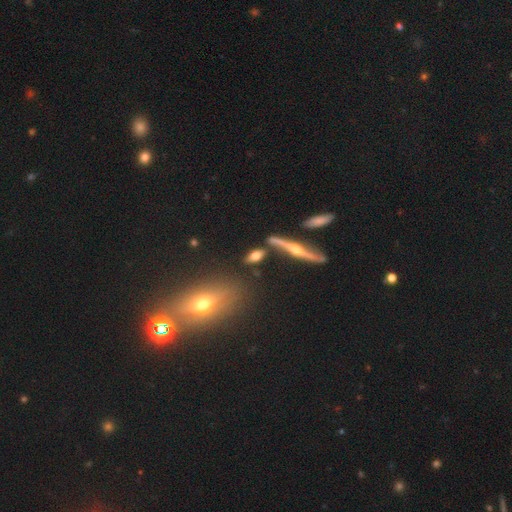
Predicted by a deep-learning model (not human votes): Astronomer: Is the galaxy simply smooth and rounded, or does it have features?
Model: smooth — 62%.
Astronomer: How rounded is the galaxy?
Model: in between — 78%.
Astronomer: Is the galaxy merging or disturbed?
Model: none — 70%.